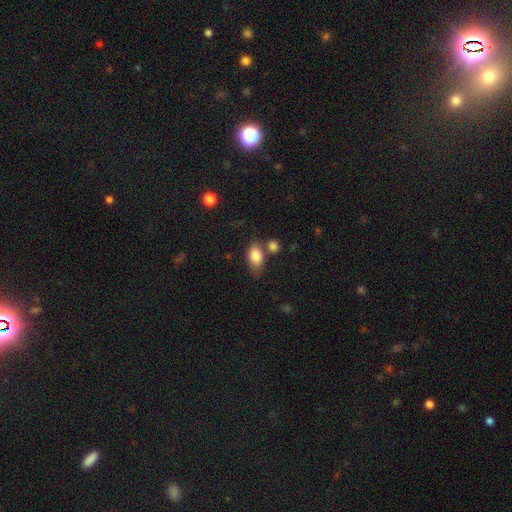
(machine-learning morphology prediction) Overall: smooth (83%). How rounded: in between (88%). Merging: none (58%).